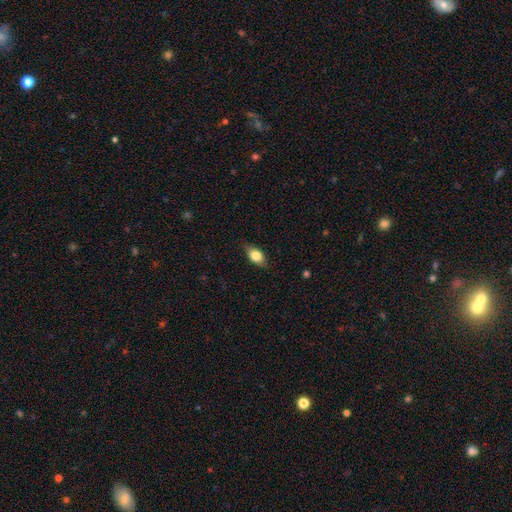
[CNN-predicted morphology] This is likely a smooth galaxy (74%). How rounded: clearly in between (83%). Merging: clearly none (81%).